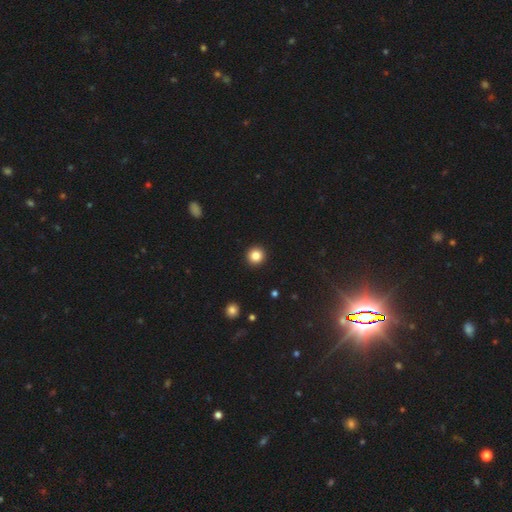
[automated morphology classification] A smooth galaxy with no disk features (85%) that is round (95%).

Vote fractions:
- Smooth or featured? smooth: 85% / star or artifact: 11% / featured or disk: 4%
- How rounded? round: 95% / in between: 4% / cigar-shaped: 1%
- Merging? none: 94% / minor disturbance: 4% / major disturbance: 2% / merger: 1%